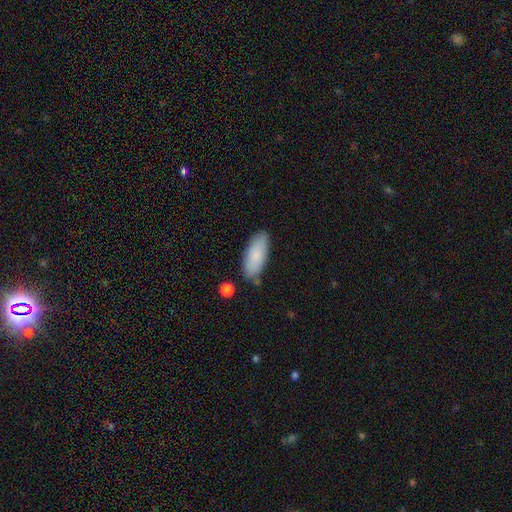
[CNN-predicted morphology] The model was most divided on "merging": none: 78%, minor disturbance: 15%, merger: 3%, major disturbance: 3%. More confident: smooth or featured — smooth (83%); how rounded — in between (81%).